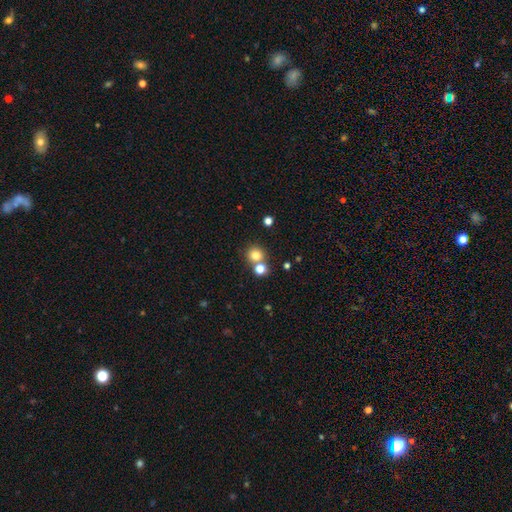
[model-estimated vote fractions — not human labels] This is likely a smooth galaxy (78%). How rounded: clearly round (90%). Merging: likely none (64%).